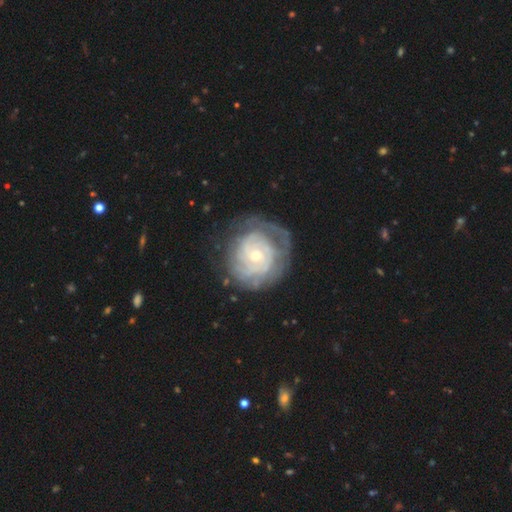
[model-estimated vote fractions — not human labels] smooth-or-featured: featured or disk: 81% | smooth: 13% | star or artifact: 6%
  disk-edge-on: no: 97% | yes: 3%
    bar: no: 77% | weak: 19% | strong: 4%
    has-spiral-arms: yes: 88% | no: 12%
      spiral-winding: tight: 74% | medium: 20% | loose: 6%
      spiral-arm-count: can't tell: 49% | 2: 19% | 3: 12% | 4: 8% | 1: 6% | more than 4: 6%
    bulge-size: small: 62% | moderate: 34% | large: 2% | none: 1% | dominant: 1%
  merging: none: 66% | minor disturbance: 19% | major disturbance: 13% | merger: 2%